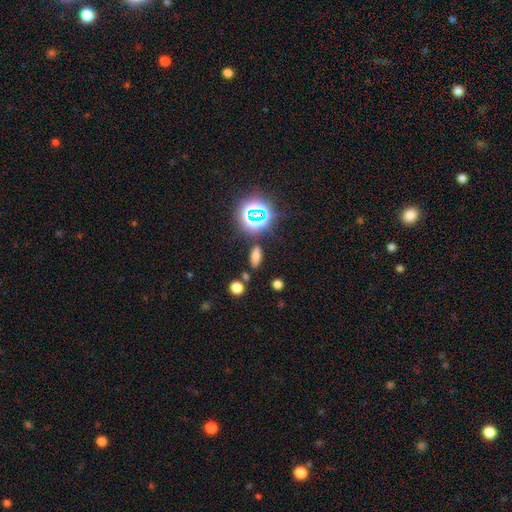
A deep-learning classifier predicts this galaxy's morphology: Smooth or featured: smooth — 64% (star or artifact — 26%)
How rounded: in between — 71% (cigar-shaped — 22%)
Merging: none — 83% (minor disturbance — 10%)